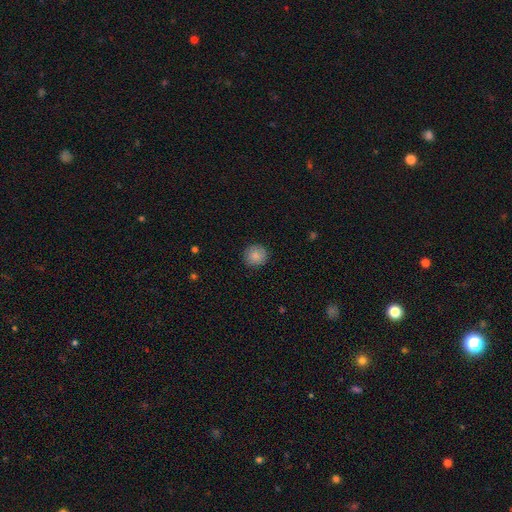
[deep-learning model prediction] Smooth or featured? Predicted: smooth (p=0.86). How rounded? Predicted: round (p=0.93). Merging? Predicted: none (p=0.90).